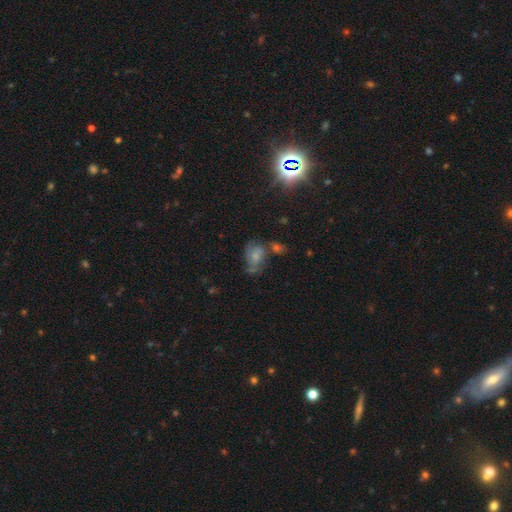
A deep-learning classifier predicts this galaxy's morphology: smooth-or-featured: featured or disk: 56% | smooth: 32% | star or artifact: 12%
  disk-edge-on: no: 97% | yes: 3%
    bar: no: 67% | weak: 28% | strong: 5%
    has-spiral-arms: yes: 82% | no: 18%
    bulge-size: small: 40% | moderate: 37% | none: 14% | large: 7% | dominant: 2%
  merging: none: 37% | merger: 22% | minor disturbance: 22% | major disturbance: 18%